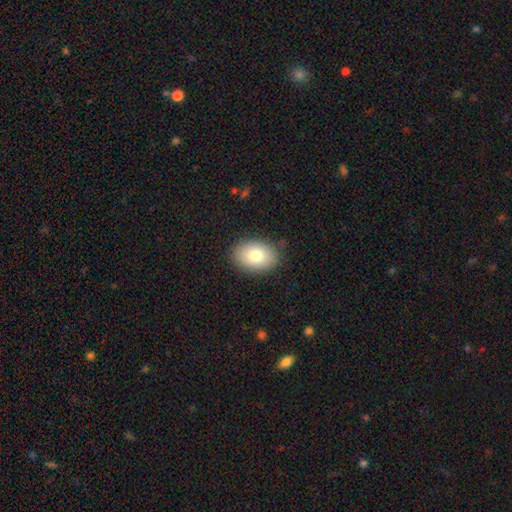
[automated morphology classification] smooth_or_featured: smooth (p=0.79) [alt: featured or disk p=0.13]
how_rounded: in between (p=0.82) [alt: round p=0.17]
merging: none (p=0.85) [alt: minor disturbance p=0.11]